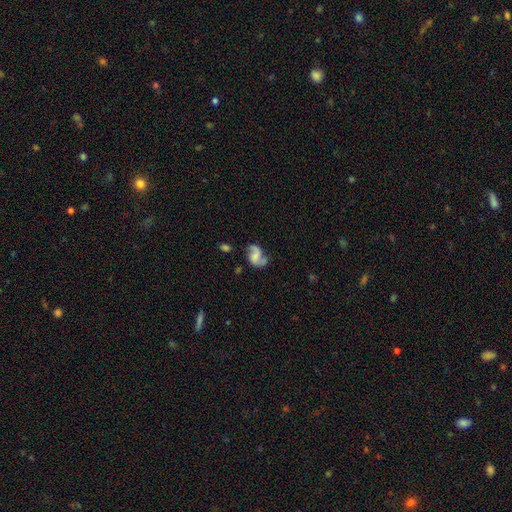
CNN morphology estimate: smooth_or_featured: featured or disk (p=0.69) [alt: smooth p=0.23]
disk_edge_on: no (p=0.98) [alt: yes p=0.02]
bar: no (p=0.48) [alt: weak p=0.39]
has_spiral_arms: yes (p=0.90) [alt: no p=0.10]
spiral_winding: loose (p=0.56) [alt: medium p=0.34]
spiral_arm_count: 2 (p=0.85) [alt: 1 p=0.08]
bulge_size: none (p=0.46) [alt: small p=0.26]
merging: none (p=0.51) [alt: minor disturbance p=0.24]